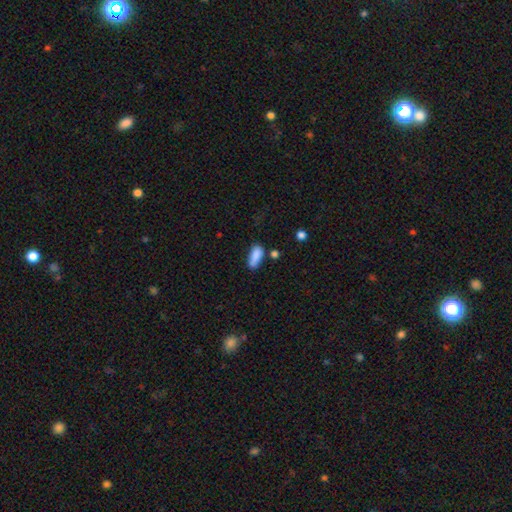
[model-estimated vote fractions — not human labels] A smooth galaxy with no disk features (85%) that is in between round and cigar-shaped (74%).

Vote fractions:
- Smooth or featured? smooth: 85% / star or artifact: 8% / featured or disk: 7%
- How rounded? in between: 74% / cigar-shaped: 23% / round: 3%
- Merging? none: 56% / minor disturbance: 26% / merger: 10% / major disturbance: 7%